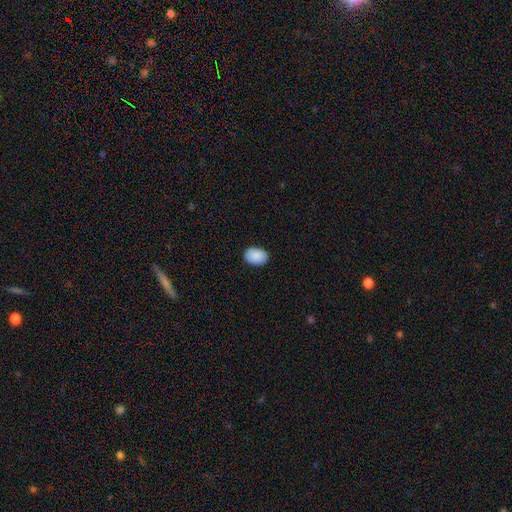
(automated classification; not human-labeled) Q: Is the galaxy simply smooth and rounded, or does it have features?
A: smooth — 90%.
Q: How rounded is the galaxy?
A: in between — 82%.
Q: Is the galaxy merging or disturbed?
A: none — 89%.